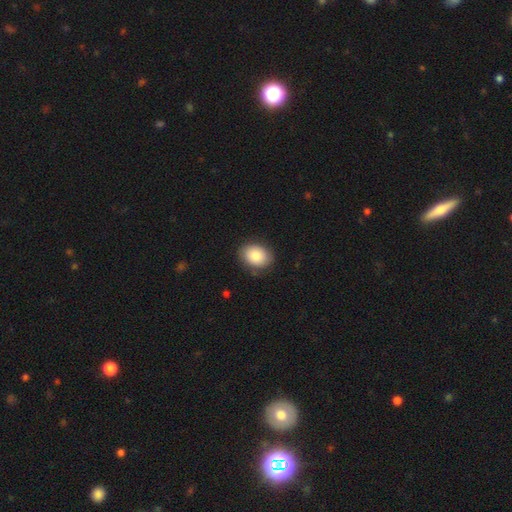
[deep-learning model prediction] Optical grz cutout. It shows a smooth galaxy with no disk features (86%) that is in between round and cigar-shaped (64%). Merging: none (82%).